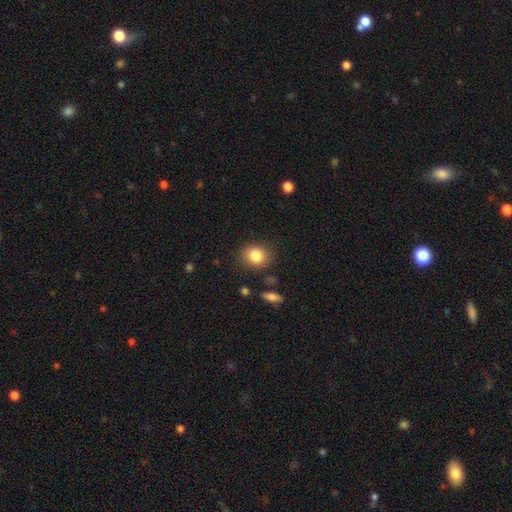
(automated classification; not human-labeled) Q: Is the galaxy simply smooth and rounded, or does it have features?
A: smooth — 83%.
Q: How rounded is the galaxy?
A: round — 65%.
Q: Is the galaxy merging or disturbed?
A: none — 82%.